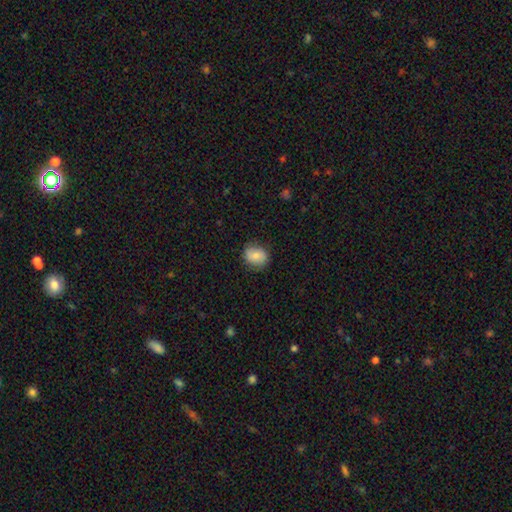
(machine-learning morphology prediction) type=smooth (79%); roundness=round (52%); merging=none (79%).